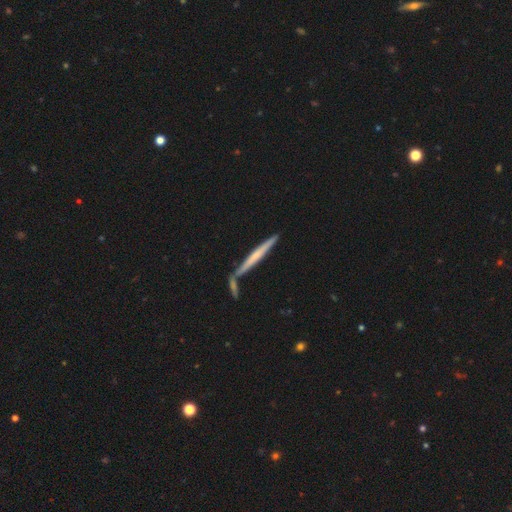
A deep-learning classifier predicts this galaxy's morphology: smooth-or-featured: featured or disk: 52% | smooth: 42% | star or artifact: 6%
  disk-edge-on: yes: 96% | no: 4%
  merging: none: 70% | merger: 18% | minor disturbance: 10% | major disturbance: 3%